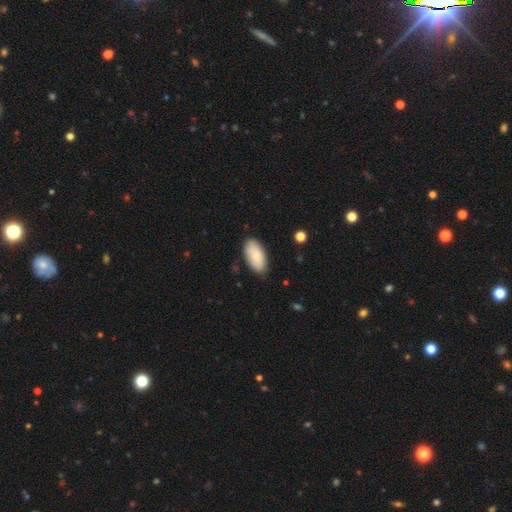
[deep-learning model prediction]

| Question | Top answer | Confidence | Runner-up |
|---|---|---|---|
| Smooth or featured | smooth | 80% | featured or disk (14%) |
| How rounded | in between | 94% | cigar-shaped (3%) |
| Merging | none | 80% | minor disturbance (16%) |